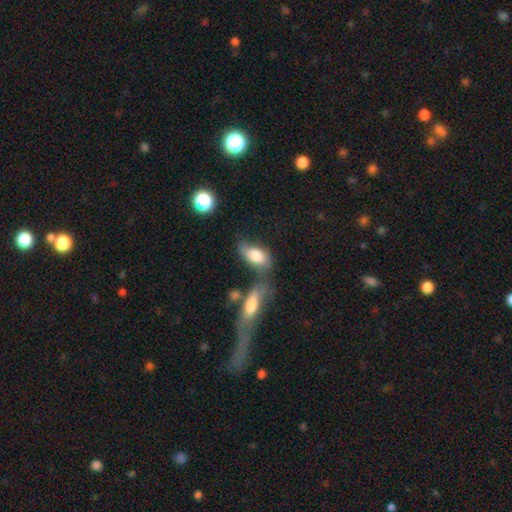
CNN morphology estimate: Smooth or featured: smooth — 73% (featured or disk — 19%)
How rounded: in between — 89% (cigar-shaped — 5%)
Merging: merger — 37% (none — 27%)